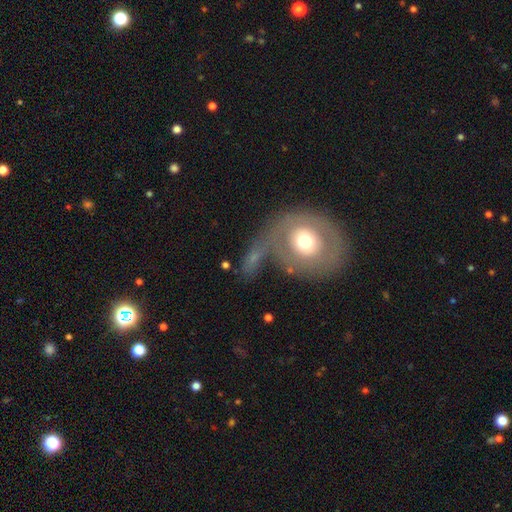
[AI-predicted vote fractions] Smooth or featured? featured or disk (46%)
Merging? none (42%)